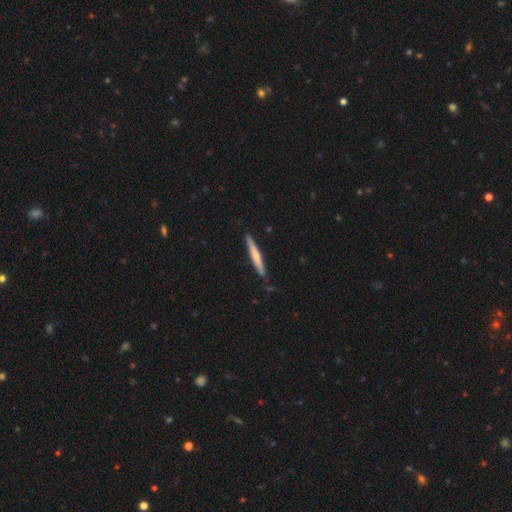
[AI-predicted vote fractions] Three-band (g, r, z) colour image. It shows a smooth galaxy with no disk features (52%) that is cigar-shaped (96%). Merging: none (87%).